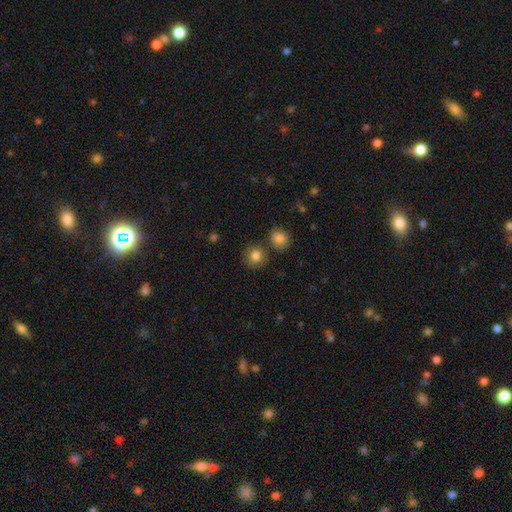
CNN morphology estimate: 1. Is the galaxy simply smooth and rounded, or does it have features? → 83% smooth, 10% star or artifact, 7% featured or disk.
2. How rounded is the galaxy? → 88% round, 11% in between, 1% cigar-shaped.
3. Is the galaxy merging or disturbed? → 77% none, 10% merger, 10% minor disturbance, 3% major disturbance.